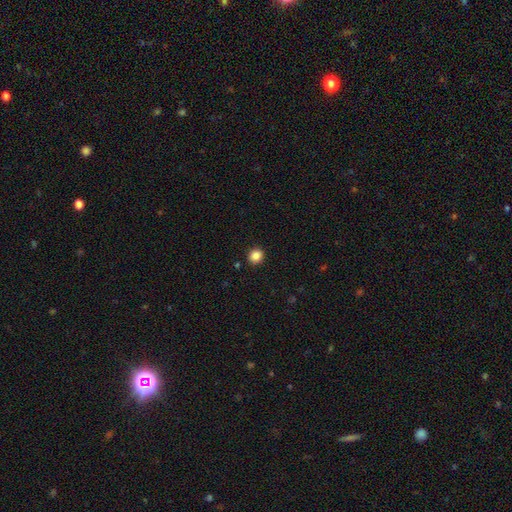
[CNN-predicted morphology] Overall: smooth (86%). How rounded: round (86%). Merging: none (92%).